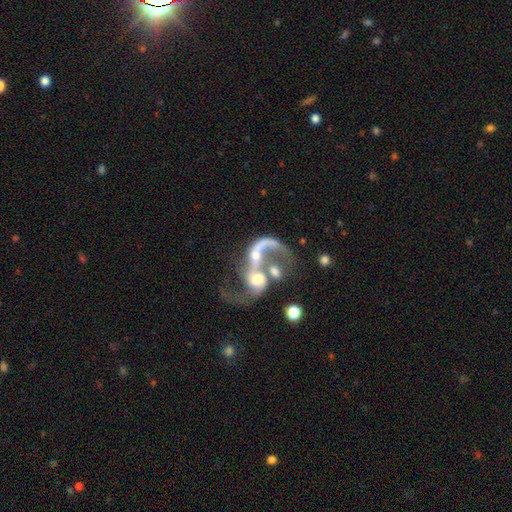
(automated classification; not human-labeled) Smooth or featured? Predicted: featured or disk (p=0.77). Edge-on disk? Predicted: no (p=0.97). Bar? Predicted: no (p=0.63). Spiral arms? Predicted: yes (p=0.75). Spiral winding? Predicted: loose (p=0.79). Spiral arm count? Predicted: 2 (p=0.56). Bulge size? Predicted: moderate (p=0.48). Merging? Predicted: merger (p=0.65).